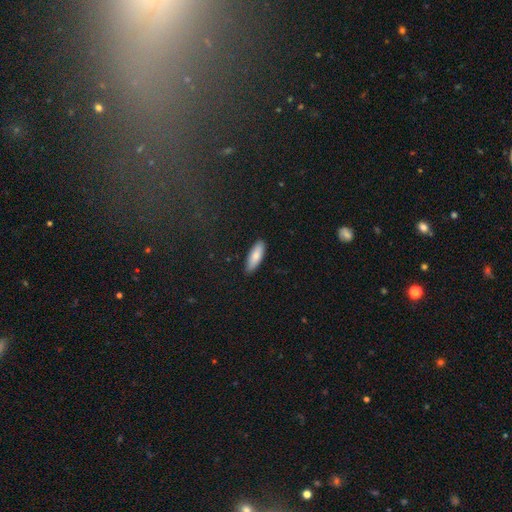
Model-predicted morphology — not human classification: Smooth or featured?
  - smooth: 83% *
  - featured or disk: 11%
  - star or artifact: 6%
How rounded?
  - in between: 60% *
  - cigar-shaped: 39%
  - round: 2%
Merging?
  - none: 89% *
  - minor disturbance: 9%
  - major disturbance: 2%
  - merger: 1%